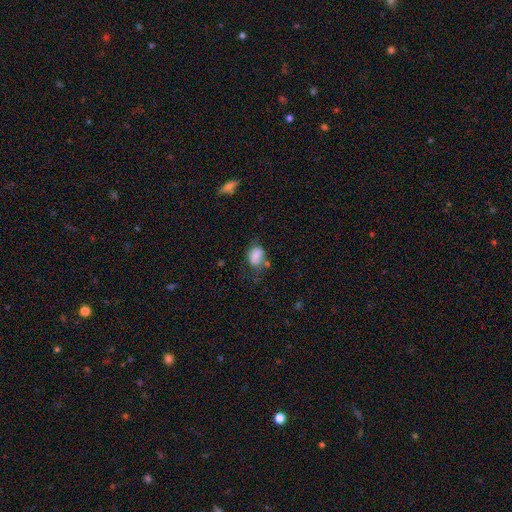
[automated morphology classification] smooth_or_featured: smooth (p=0.81) [alt: featured or disk p=0.09]
how_rounded: in between (p=0.77) [alt: round p=0.22]
merging: none (p=0.46) [alt: minor disturbance p=0.30]